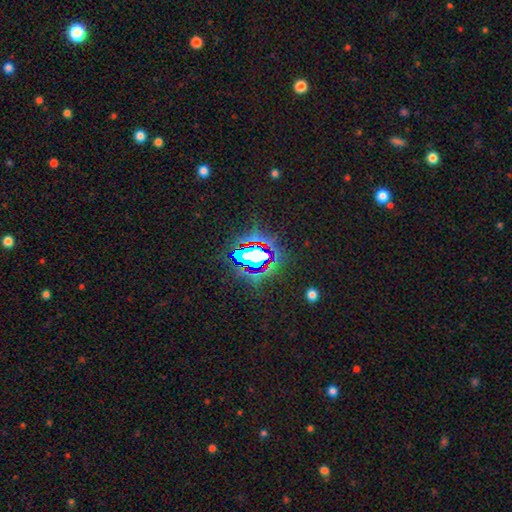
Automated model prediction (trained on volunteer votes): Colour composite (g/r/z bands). It shows a star or artifact, not a galaxy (73%).